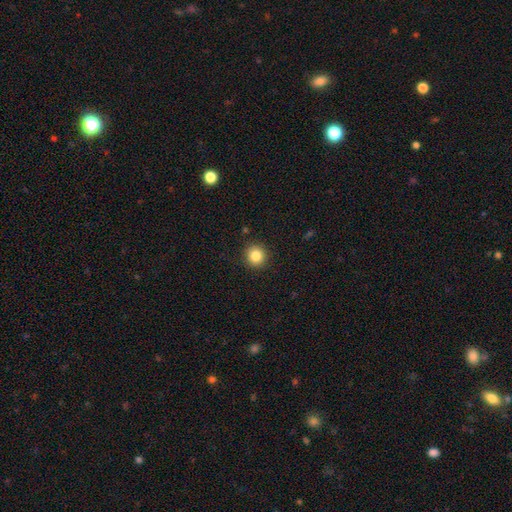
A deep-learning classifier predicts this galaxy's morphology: Smooth or featured? smooth (84%)
How rounded? round (92%)
Merging? none (91%)